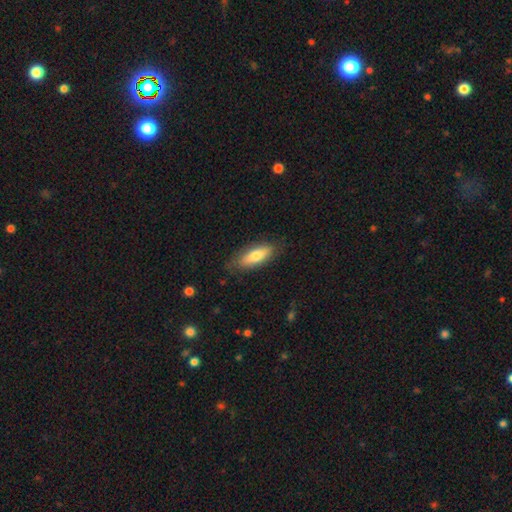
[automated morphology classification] smooth_or_featured: smooth (p=0.74) [alt: featured or disk p=0.20]
how_rounded: in between (p=0.67) [alt: cigar-shaped p=0.31]
merging: none (p=0.81) [alt: minor disturbance p=0.15]